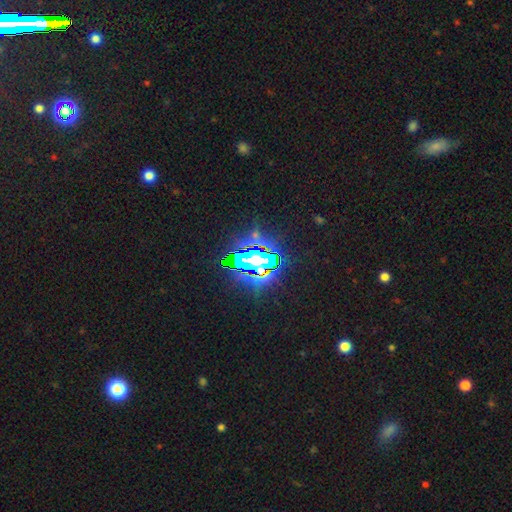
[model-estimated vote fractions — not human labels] Smooth or featured?
  - star or artifact: 77% *
  - featured or disk: 12%
  - smooth: 12%